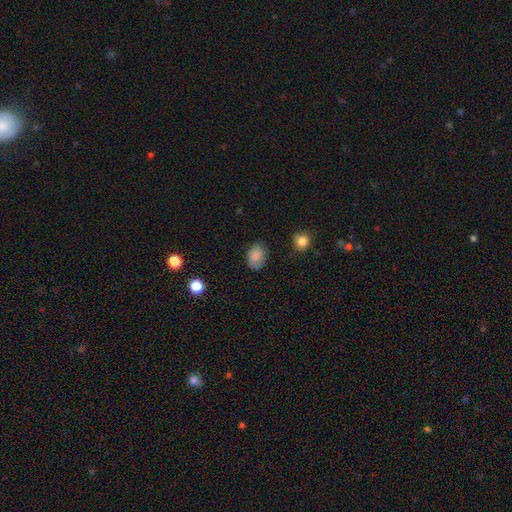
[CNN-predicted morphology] smooth 82%, star or artifact 10%, featured or disk 8%. Down the decision tree: how rounded — in between (73%); merging — none (72%).